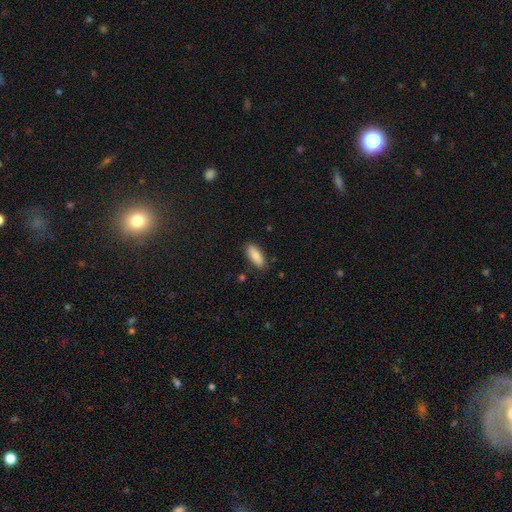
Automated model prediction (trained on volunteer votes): smooth_or_featured: smooth (p=0.84) [alt: featured or disk p=0.09]
how_rounded: in between (p=0.78) [alt: cigar-shaped p=0.20]
merging: none (p=0.85) [alt: minor disturbance p=0.11]